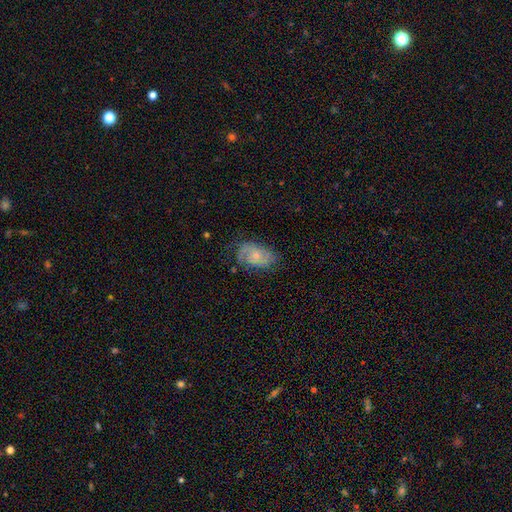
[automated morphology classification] Smooth or featured? Predicted: featured or disk (p=0.59). Edge-on disk? Predicted: no (p=0.96). Bar? Predicted: no (p=0.78). Spiral arms? Predicted: yes (p=0.82). Bulge size? Predicted: small (p=0.60). Merging? Predicted: none (p=0.58).